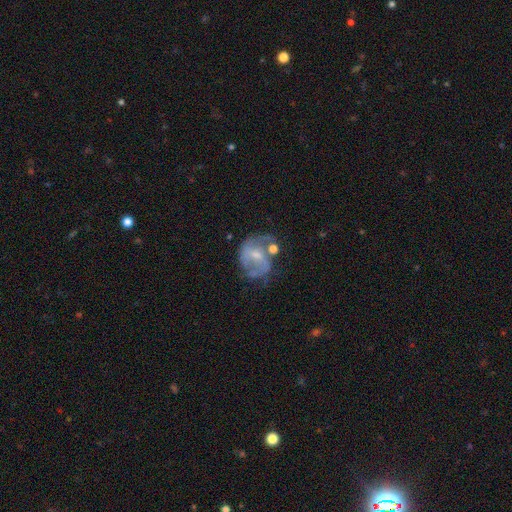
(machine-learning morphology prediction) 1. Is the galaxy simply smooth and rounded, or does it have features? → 68% featured or disk, 23% smooth, 9% star or artifact.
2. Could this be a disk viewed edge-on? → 97% no, 3% yes.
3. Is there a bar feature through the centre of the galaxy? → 49% weak, 37% no, 15% strong.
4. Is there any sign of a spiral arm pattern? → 70% yes, 30% no.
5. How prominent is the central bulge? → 48% small, 38% moderate, 11% none, 3% large, 1% dominant.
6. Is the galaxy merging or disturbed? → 41% none, 23% minor disturbance, 22% major disturbance, 13% merger.